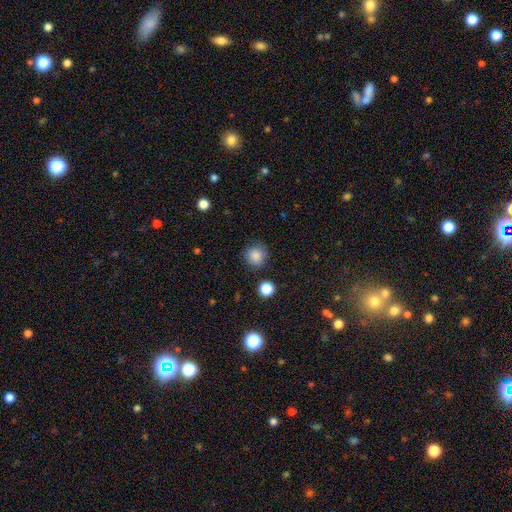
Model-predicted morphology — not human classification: A smooth galaxy with no disk features (86%) that is round (91%).

Vote fractions:
- Smooth or featured? smooth: 86% / star or artifact: 11% / featured or disk: 4%
- How rounded? round: 91% / in between: 8% / cigar-shaped: 1%
- Merging? none: 85% / minor disturbance: 10% / major disturbance: 3% / merger: 2%